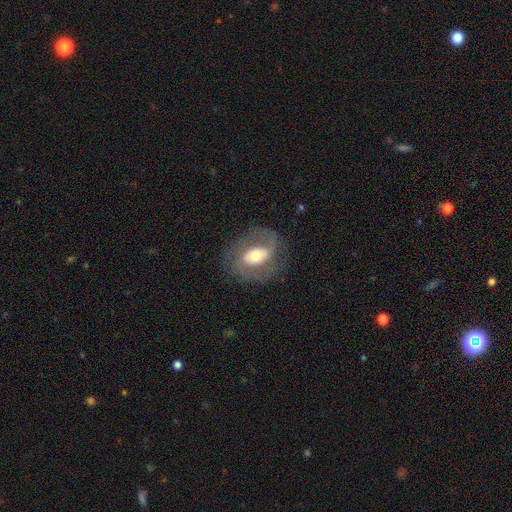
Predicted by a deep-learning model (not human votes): Overall: featured or disk (73%). Edge-on disk: no (96%). Bar: no (38%; weak 36%). Spiral arms: yes (79%). Spiral arm count: 2 (81%). Spiral winding: medium (47%; tight 36%). Bulge size: moderate (59%; small 21%). Merging: none (75%).